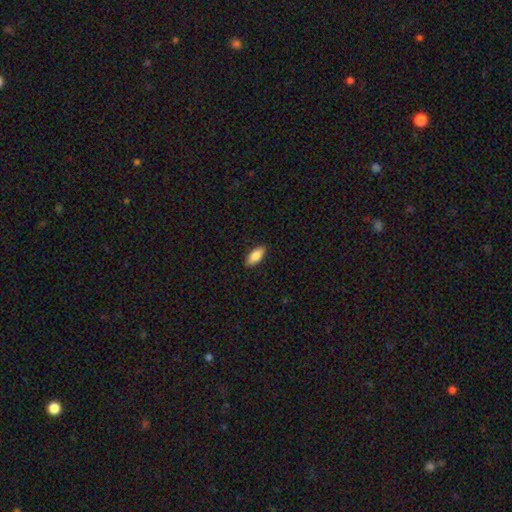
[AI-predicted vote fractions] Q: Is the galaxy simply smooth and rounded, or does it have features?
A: smooth — 84%.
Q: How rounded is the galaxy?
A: in between — 88%.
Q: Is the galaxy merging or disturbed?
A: none — 89%.